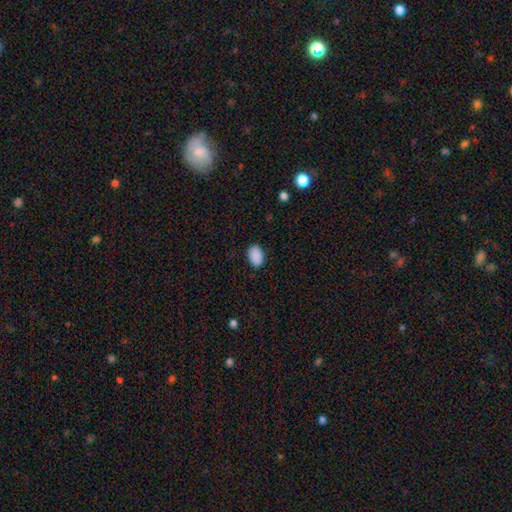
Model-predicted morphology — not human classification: A smooth galaxy with no disk features (90%) that is in between round and cigar-shaped (89%). Merging: none (88%).